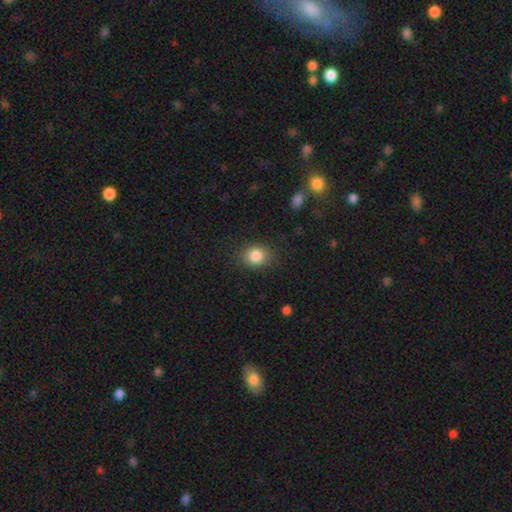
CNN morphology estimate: Smooth or featured? Predicted: smooth (p=0.84). How rounded? Predicted: round (p=0.62). Merging? Predicted: none (p=0.84).